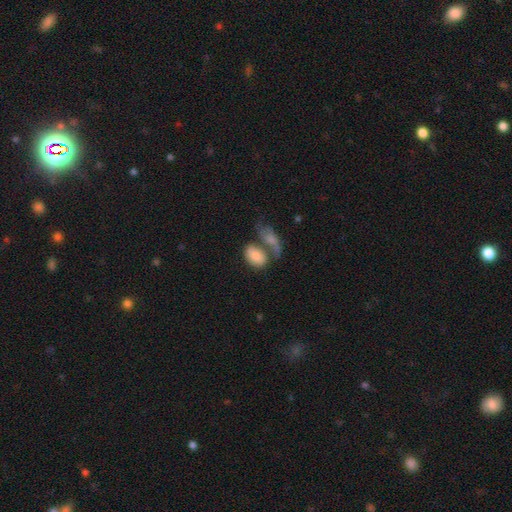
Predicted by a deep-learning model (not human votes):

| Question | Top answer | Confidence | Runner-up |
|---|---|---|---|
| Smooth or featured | smooth | 77% | featured or disk (17%) |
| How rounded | in between | 87% | round (11%) |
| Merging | merger | 48% | none (30%) |